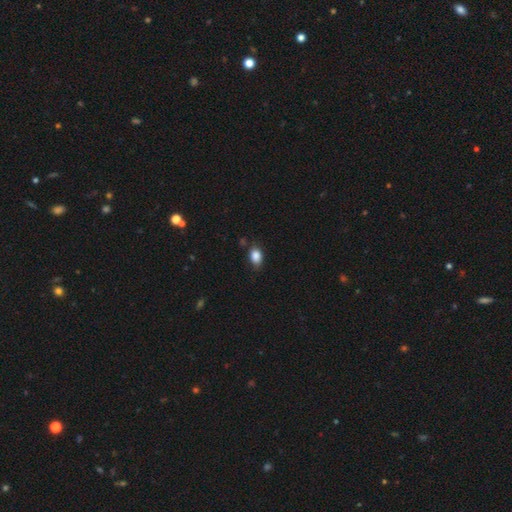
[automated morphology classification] Smooth or featured? smooth (87%)
How rounded? in between (79%)
Merging? none (77%)